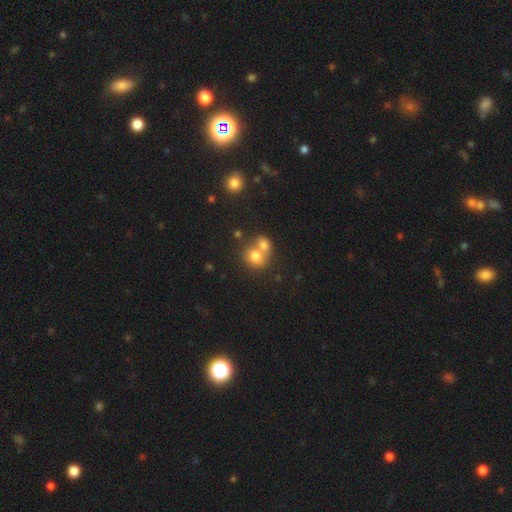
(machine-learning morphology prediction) Smooth or featured? Predicted: smooth (p=0.73). How rounded? Predicted: round (p=0.70). Merging? Predicted: merger (p=0.63).